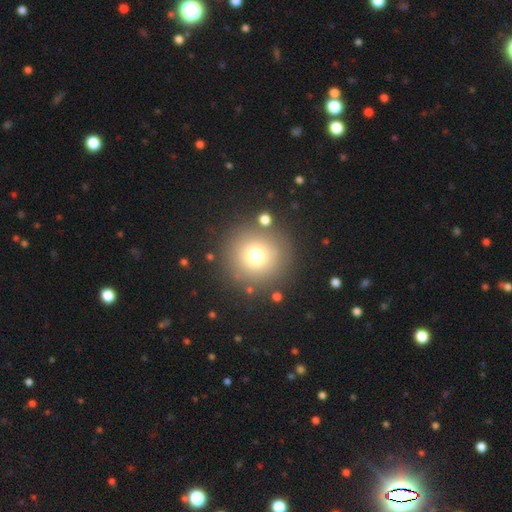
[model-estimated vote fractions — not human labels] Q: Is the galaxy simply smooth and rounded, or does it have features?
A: smooth — 72%.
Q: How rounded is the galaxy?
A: round — 96%.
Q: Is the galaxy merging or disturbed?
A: none — 85%.